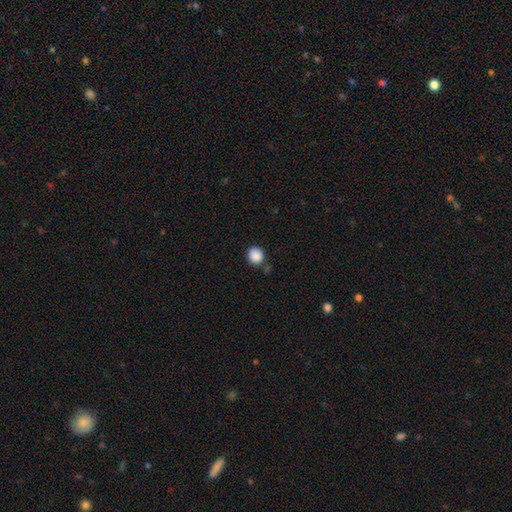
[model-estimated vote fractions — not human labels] smooth-or-featured: smooth: 88% | star or artifact: 9% | featured or disk: 3%
  how-rounded: round: 83% | in between: 16% | cigar-shaped: 1%
  merging: none: 77% | minor disturbance: 13% | merger: 6% | major disturbance: 3%